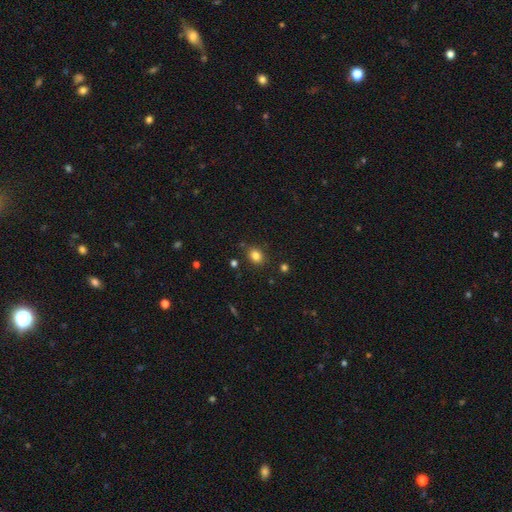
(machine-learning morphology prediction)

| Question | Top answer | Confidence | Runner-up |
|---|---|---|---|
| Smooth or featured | smooth | 82% | star or artifact (12%) |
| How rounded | in between | 57% | round (42%) |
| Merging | none | 83% | minor disturbance (11%) |